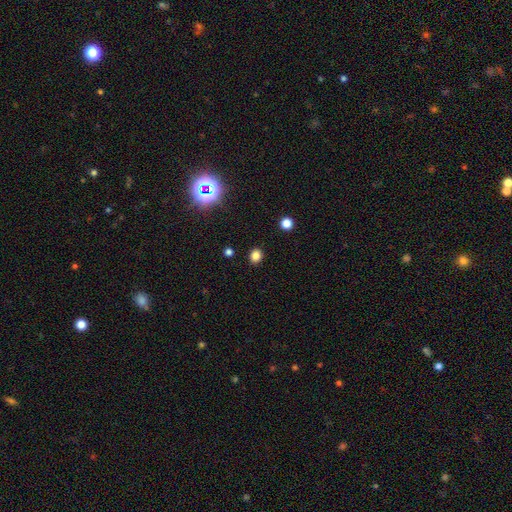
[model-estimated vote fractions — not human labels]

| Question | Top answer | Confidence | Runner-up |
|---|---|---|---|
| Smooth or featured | smooth | 80% | star or artifact (16%) |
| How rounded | round | 67% | in between (32%) |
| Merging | none | 89% | minor disturbance (7%) |